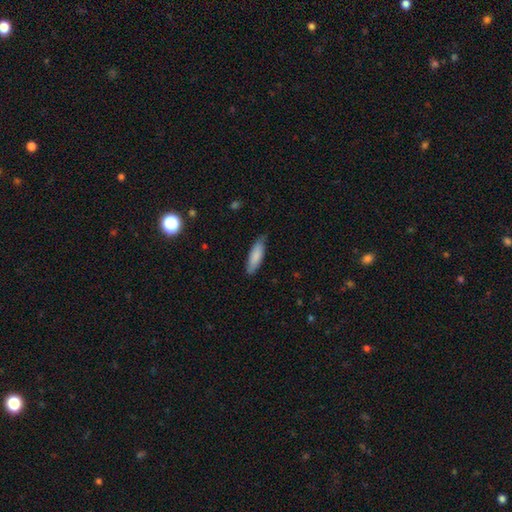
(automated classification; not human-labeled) This is clearly a smooth galaxy (82%). How rounded: possibly cigar-shaped (56%). Merging: likely none (75%).